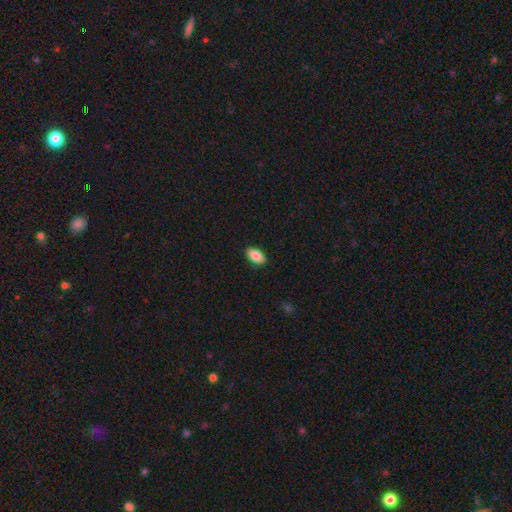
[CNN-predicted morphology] A smooth galaxy with no disk features (87%) that is in between round and cigar-shaped (94%).

Vote fractions:
- Smooth or featured? smooth: 87% / star or artifact: 7% / featured or disk: 6%
- How rounded? in between: 94% / round: 4% / cigar-shaped: 2%
- Merging? none: 90% / minor disturbance: 8% / major disturbance: 2% / merger: 1%